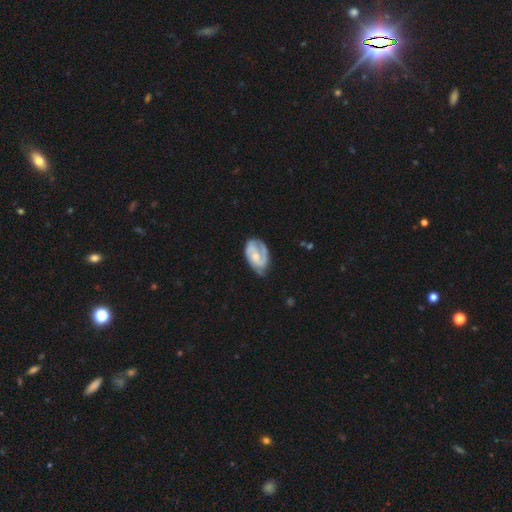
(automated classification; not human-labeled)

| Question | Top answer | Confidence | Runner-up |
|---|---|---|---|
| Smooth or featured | featured or disk | 75% | smooth (20%) |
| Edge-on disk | no | 97% | yes (3%) |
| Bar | no | 56% | weak (36%) |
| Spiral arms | yes | 91% | no (9%) |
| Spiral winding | tight | 45% | medium (40%) |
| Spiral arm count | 2 | 62% | 1 (17%) |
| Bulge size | small | 44% | moderate (42%) |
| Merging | none | 56% | minor disturbance (29%) |